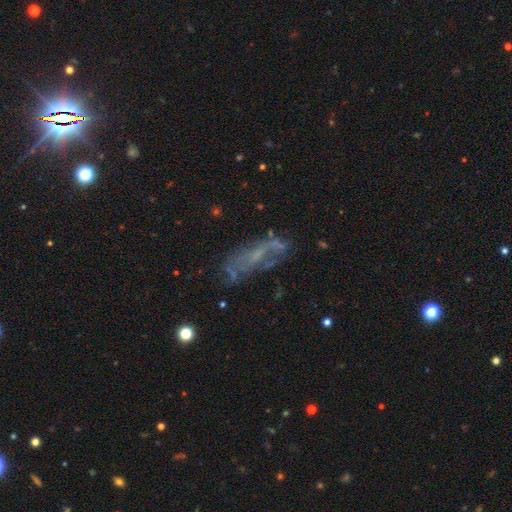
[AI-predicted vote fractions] Smooth or featured?
  - featured or disk: 51% *
  - smooth: 27%
  - star or artifact: 22%
Edge-on disk?
  - no: 83% *
  - yes: 17%
Merging?
  - none: 47% *
  - major disturbance: 24%
  - minor disturbance: 20%
  - merger: 9%